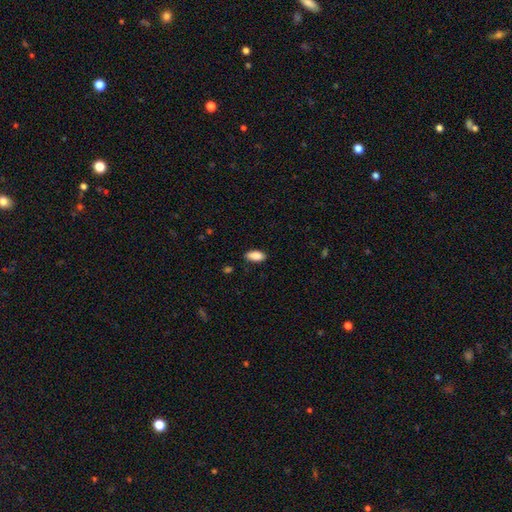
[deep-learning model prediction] smooth 88%, star or artifact 7%, featured or disk 5%. Down the decision tree: how rounded — in between (89%); merging — none (83%).